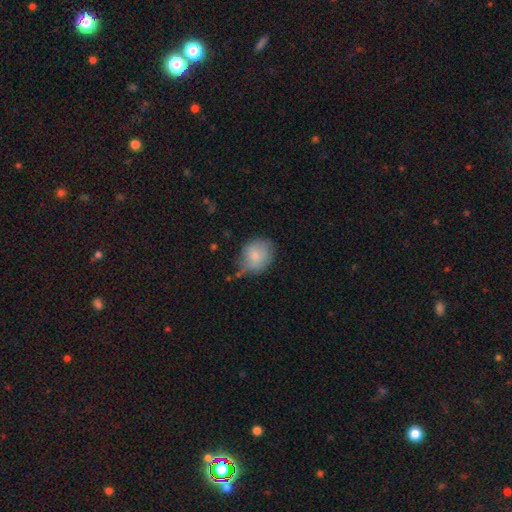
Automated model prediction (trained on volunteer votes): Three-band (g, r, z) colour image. It shows a smooth galaxy with no disk features (82%) that is round (56%). Merging: none (55%).